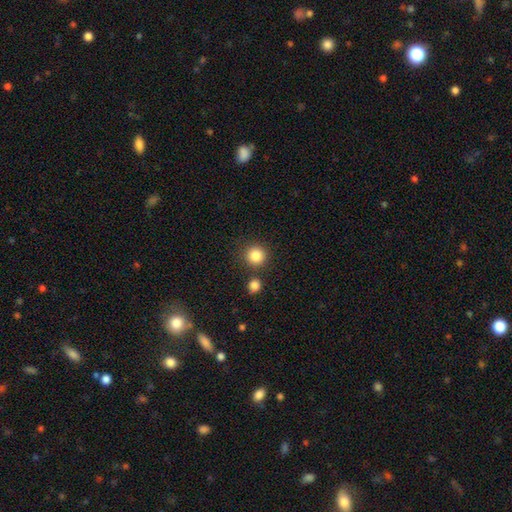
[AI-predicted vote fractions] Smooth or featured? Predicted: smooth (p=0.85). How rounded? Predicted: round (p=0.93). Merging? Predicted: none (p=0.83).